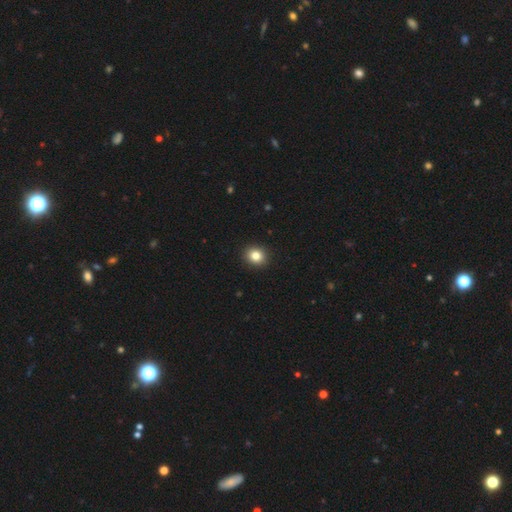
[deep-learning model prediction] This appears to be a smooth galaxy with no disk features (84%) that is round (74%). Merging: none (92%).